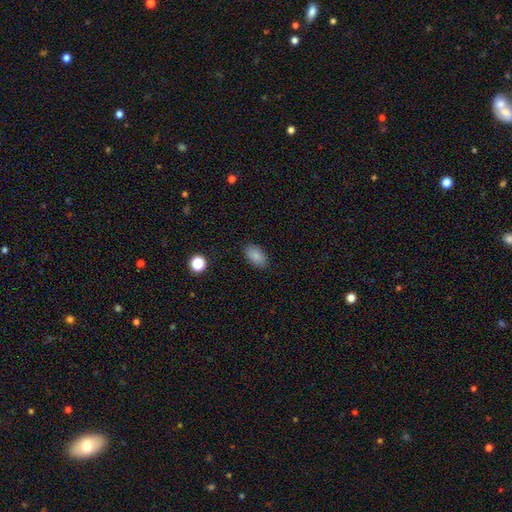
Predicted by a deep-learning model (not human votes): Smooth or featured?
  - smooth: 86% *
  - star or artifact: 9%
  - featured or disk: 6%
How rounded?
  - in between: 92% *
  - round: 7%
  - cigar-shaped: 2%
Merging?
  - none: 87% *
  - minor disturbance: 10%
  - major disturbance: 2%
  - merger: 1%